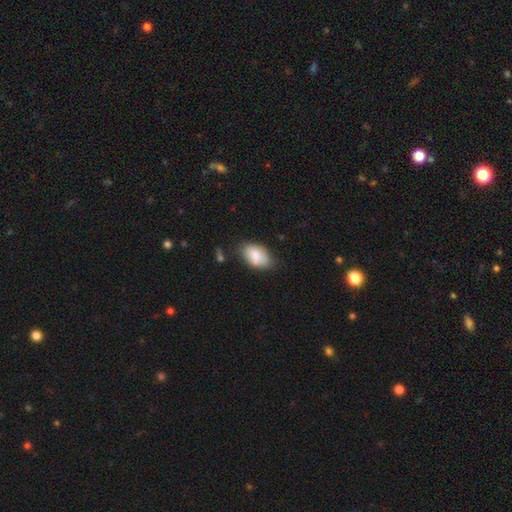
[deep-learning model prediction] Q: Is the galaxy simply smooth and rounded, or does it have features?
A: smooth — 84%.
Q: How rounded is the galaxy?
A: in between — 92%.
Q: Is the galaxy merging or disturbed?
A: none — 70%.